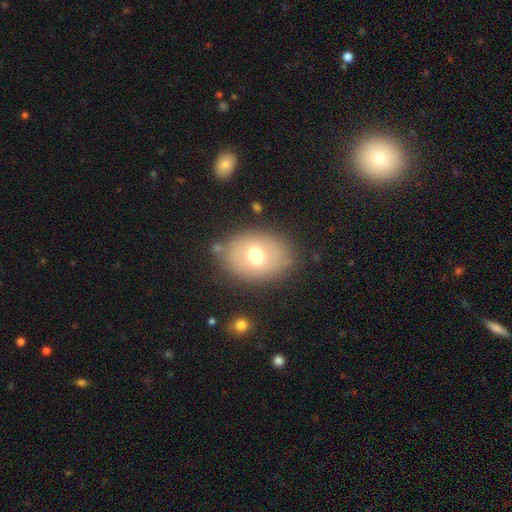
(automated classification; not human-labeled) Overall: smooth (64%; featured or disk 25%). How rounded: in between (63%; round 36%). Merging: none (80%).